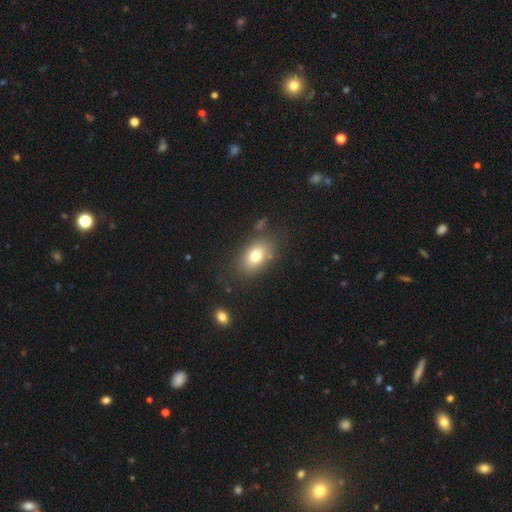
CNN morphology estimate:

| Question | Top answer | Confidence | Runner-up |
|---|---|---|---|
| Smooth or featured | smooth | 75% | featured or disk (14%) |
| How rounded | in between | 80% | round (18%) |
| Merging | none | 78% | minor disturbance (13%) |